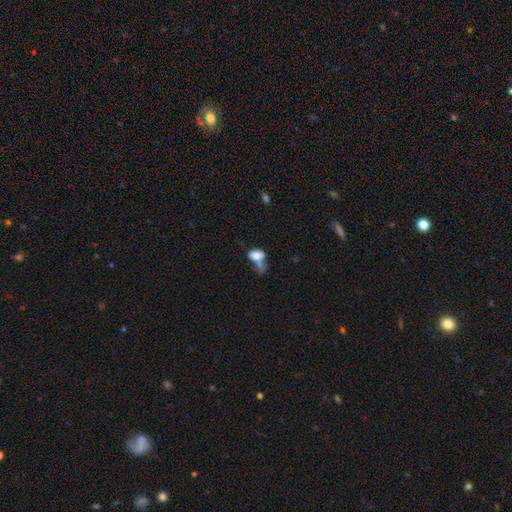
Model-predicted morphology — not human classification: smooth_or_featured: smooth (p=0.72) [alt: featured or disk p=0.17]
how_rounded: in between (p=0.81) [alt: round p=0.15]
merging: merger (p=0.44) [alt: major disturbance p=0.21]